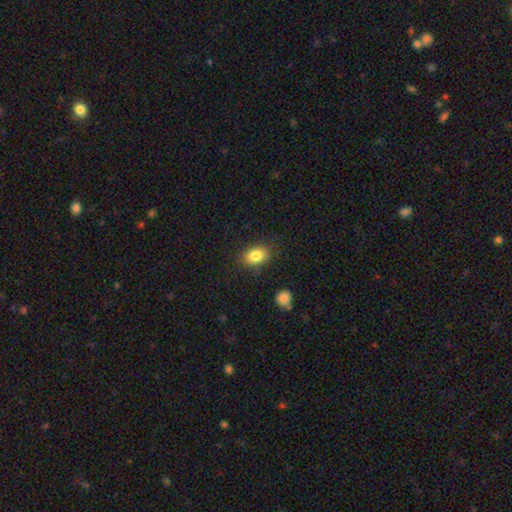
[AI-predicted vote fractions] A smooth galaxy with no disk features (83%) that is in between round and cigar-shaped (78%). Merging: none (81%).